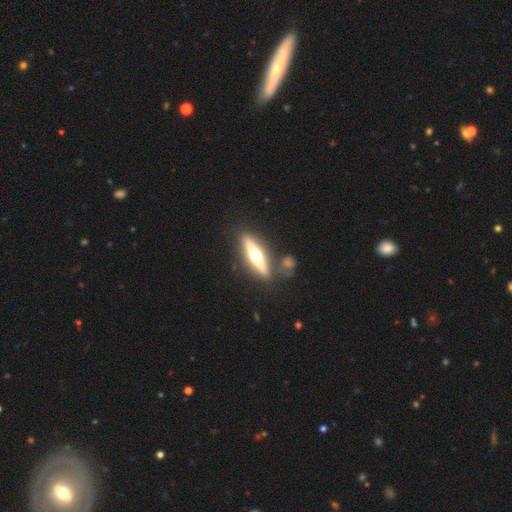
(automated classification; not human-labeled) A featured or disk galaxy (65%) viewed edge-on (92%) with a rounded central bulge (96%). Merging: none (80%).